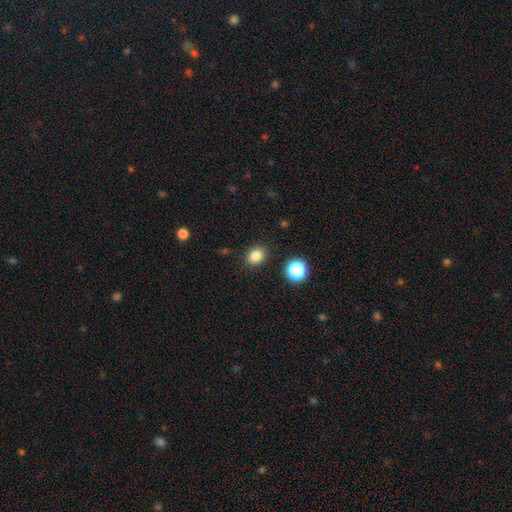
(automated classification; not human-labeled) The model was most divided on "how rounded": in between: 50%, round: 49%, cigar-shaped: 1%. More confident: merging — none (87%); smooth or featured — smooth (82%).